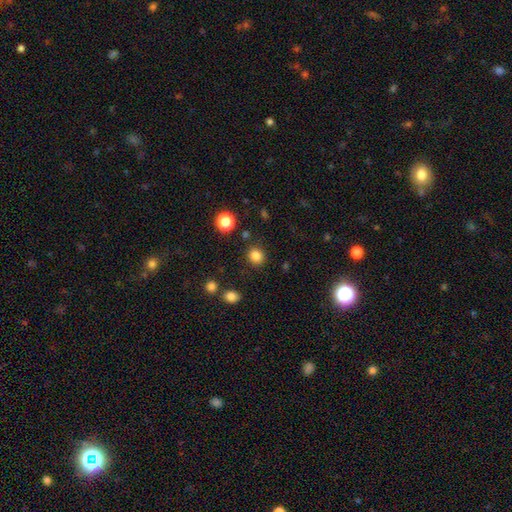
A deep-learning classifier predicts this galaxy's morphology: A smooth galaxy with no disk features (84%) that is round (82%).

Vote fractions:
- Smooth or featured? smooth: 84% / star or artifact: 12% / featured or disk: 4%
- How rounded? round: 82% / in between: 17% / cigar-shaped: 1%
- Merging? none: 87% / minor disturbance: 8% / major disturbance: 3% / merger: 3%